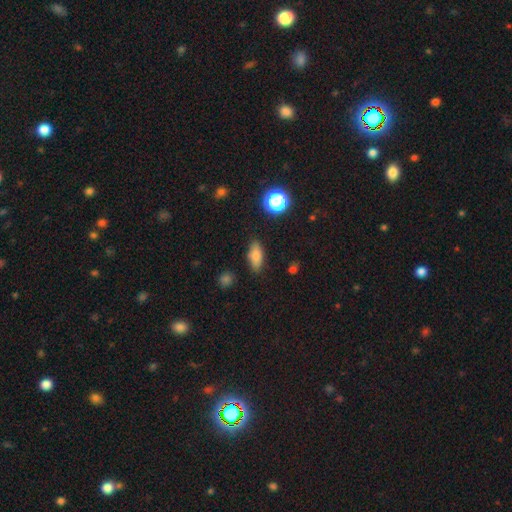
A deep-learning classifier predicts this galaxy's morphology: Q: Smooth or featured?
A: smooth (79%); runner-up: featured or disk (10%)
Q: How rounded?
A: in between (80%); runner-up: cigar-shaped (14%)
Q: Merging?
A: none (84%); runner-up: minor disturbance (12%)